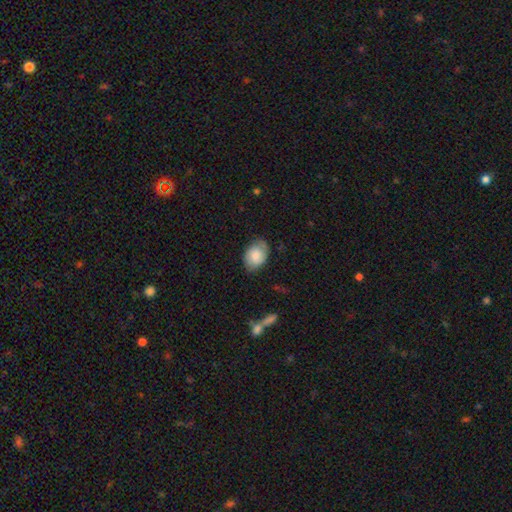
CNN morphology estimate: A smooth galaxy with no disk features (72%) that is in between round and cigar-shaped (78%).

Vote fractions:
- Smooth or featured? smooth: 72% / featured or disk: 21% / star or artifact: 7%
- How rounded? in between: 78% / round: 21% / cigar-shaped: 1%
- Merging? none: 76% / minor disturbance: 19% / major disturbance: 4% / merger: 1%